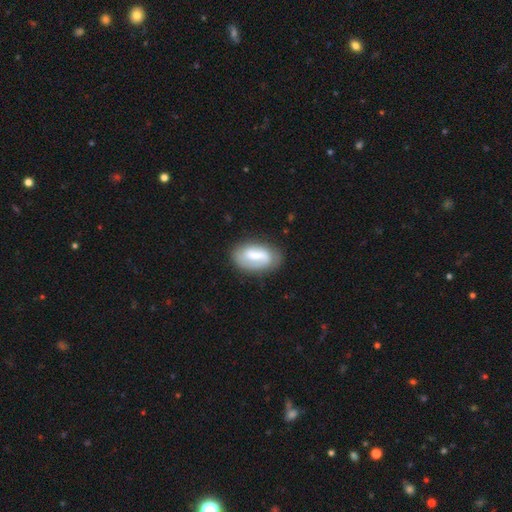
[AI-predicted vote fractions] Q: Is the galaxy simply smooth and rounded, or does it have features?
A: featured or disk — 47%, tied with smooth.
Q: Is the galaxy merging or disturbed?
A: none — 67%.